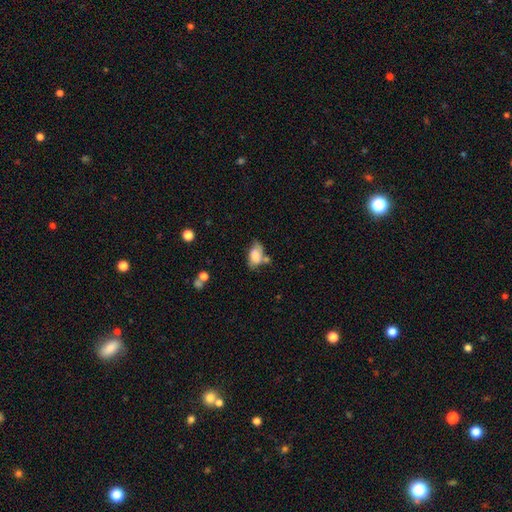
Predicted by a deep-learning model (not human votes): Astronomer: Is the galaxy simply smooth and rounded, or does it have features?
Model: smooth — 70%.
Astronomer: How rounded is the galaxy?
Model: in between — 91%.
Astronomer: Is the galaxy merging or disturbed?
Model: none — 40% (runner-up: minor disturbance, 27%).